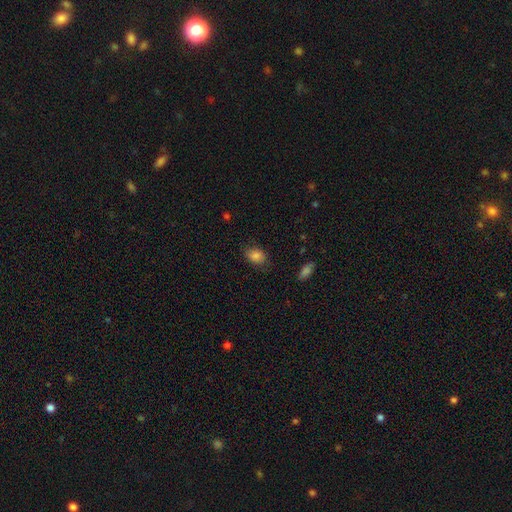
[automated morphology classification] Smooth or featured? smooth (84%)
How rounded? in between (75%)
Merging? none (78%)